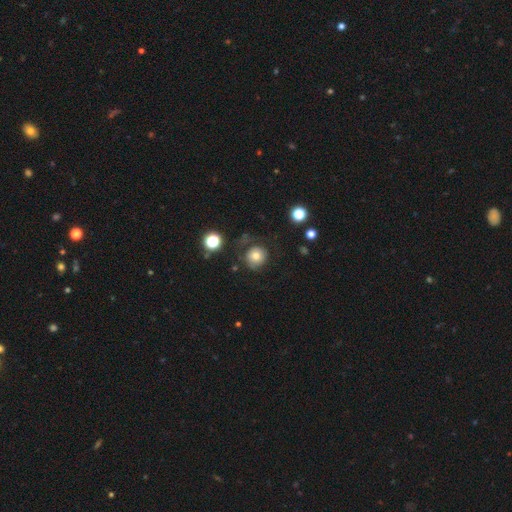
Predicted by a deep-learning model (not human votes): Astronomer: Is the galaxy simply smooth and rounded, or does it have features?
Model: smooth — 73%.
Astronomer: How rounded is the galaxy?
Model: round — 90%.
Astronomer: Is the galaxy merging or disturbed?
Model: none — 67%.